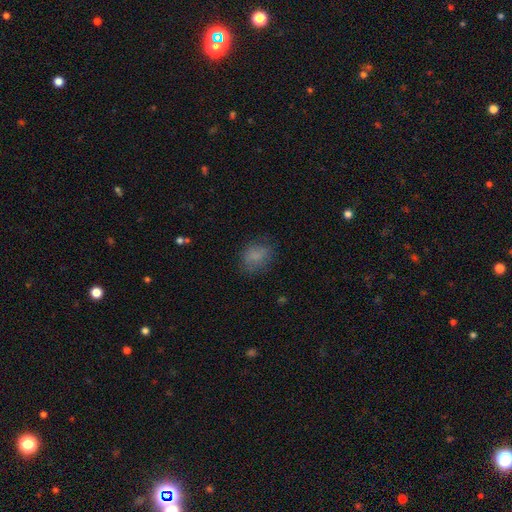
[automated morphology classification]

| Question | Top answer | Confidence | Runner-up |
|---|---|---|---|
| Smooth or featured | smooth | 79% | star or artifact (11%) |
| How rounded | in between | 60% | round (39%) |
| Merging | none | 70% | minor disturbance (20%) |